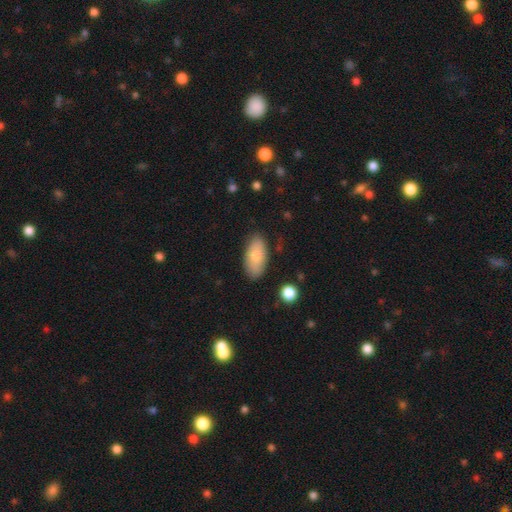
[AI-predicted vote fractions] smooth_or_featured: smooth (p=0.81) [alt: featured or disk p=0.14]
how_rounded: in between (p=0.94) [alt: cigar-shaped p=0.04]
merging: none (p=0.83) [alt: minor disturbance p=0.13]